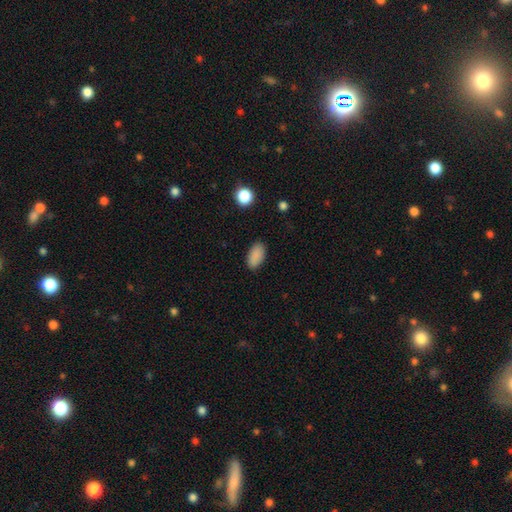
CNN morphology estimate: smooth-or-featured: smooth: 89% | star or artifact: 8% | featured or disk: 3%
  how-rounded: in between: 93% | round: 4% | cigar-shaped: 3%
  merging: none: 87% | minor disturbance: 9% | major disturbance: 2% | merger: 1%